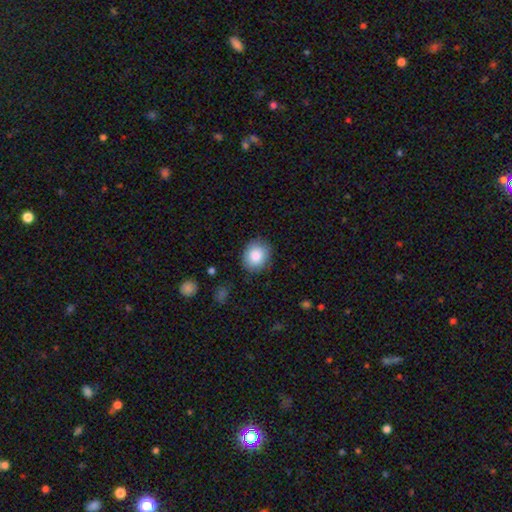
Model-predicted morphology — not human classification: This appears to be a smooth galaxy with no disk features (86%) that is round (65%). Merging: none (84%).